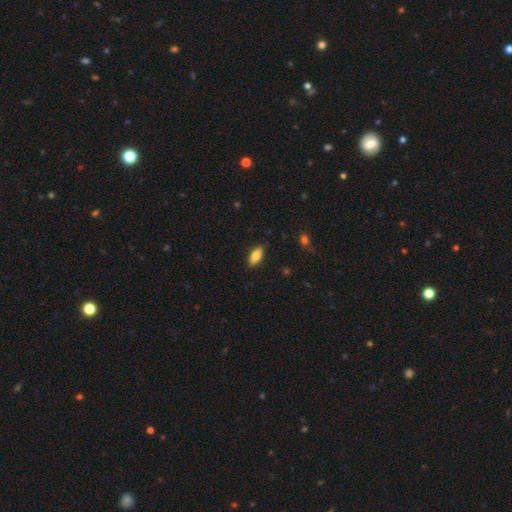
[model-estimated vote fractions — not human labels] This appears to be a smooth galaxy with no disk features (83%) that is in between round and cigar-shaped (83%). Merging: none (86%).